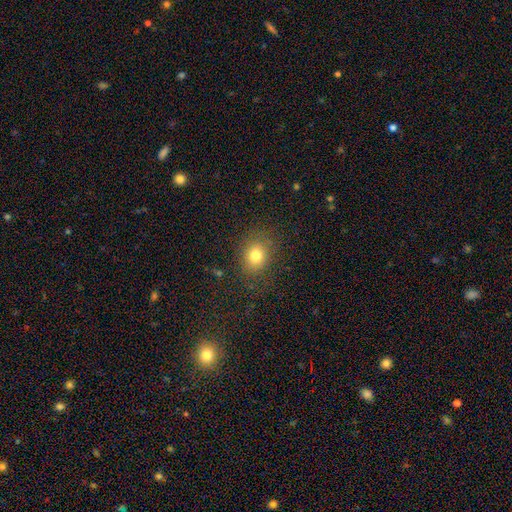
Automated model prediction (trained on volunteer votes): smooth_or_featured: smooth (p=0.78) [alt: star or artifact p=0.13]
how_rounded: round (p=0.59) [alt: in between p=0.40]
merging: none (p=0.81) [alt: minor disturbance p=0.12]